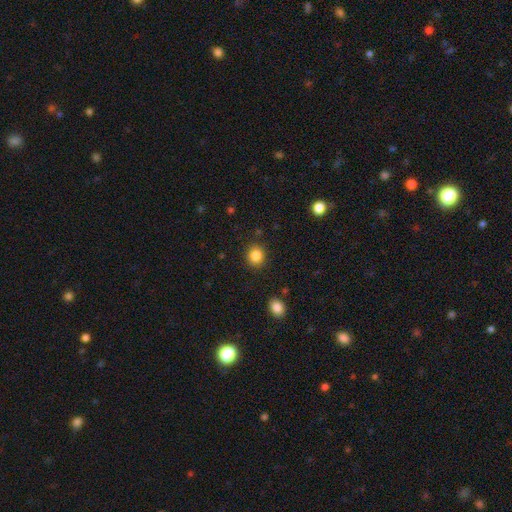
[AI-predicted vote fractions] A smooth galaxy with no disk features (85%) that is round (82%). Merging: none (89%).